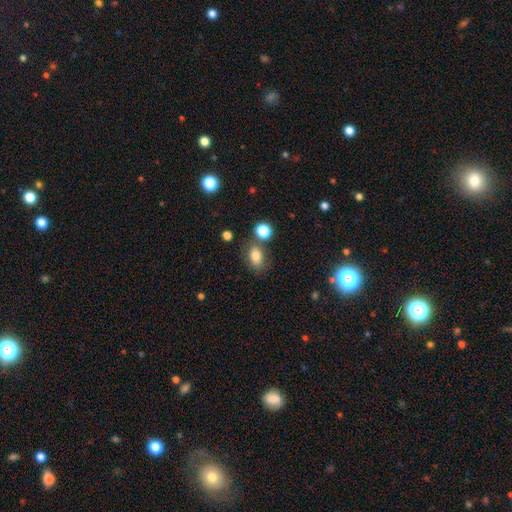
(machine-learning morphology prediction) smooth-or-featured: smooth: 79% | star or artifact: 11% | featured or disk: 11%
  how-rounded: in between: 75% | round: 24% | cigar-shaped: 2%
  merging: none: 65% | minor disturbance: 15% | merger: 14% | major disturbance: 5%